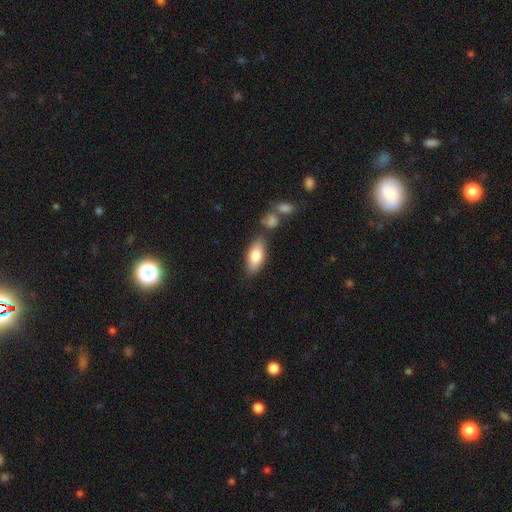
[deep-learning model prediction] This appears to be a smooth galaxy with no disk features (78%) that is in between round and cigar-shaped (84%). Merging: none (77%).